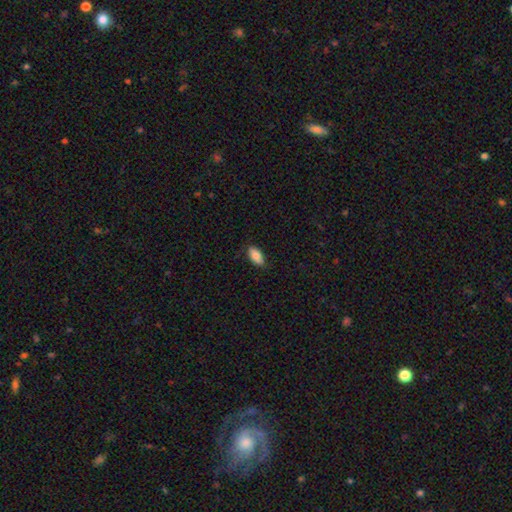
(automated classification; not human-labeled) Q: Smooth or featured?
A: smooth (82%); runner-up: featured or disk (11%)
Q: How rounded?
A: in between (92%); runner-up: cigar-shaped (5%)
Q: Merging?
A: none (83%); runner-up: minor disturbance (14%)